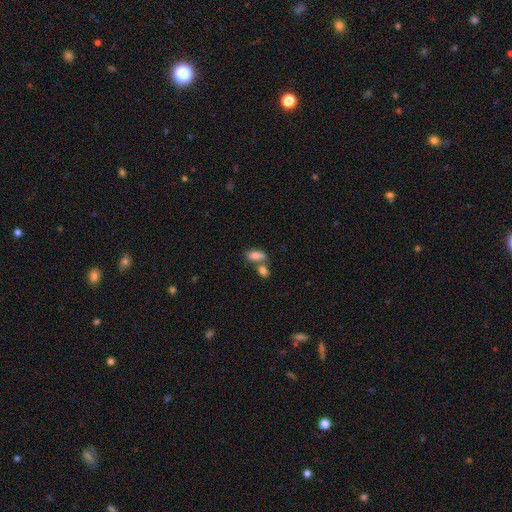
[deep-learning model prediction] This appears to be a smooth galaxy with no disk features (82%) that is in between round and cigar-shaped (88%). Merging: merger (47%).